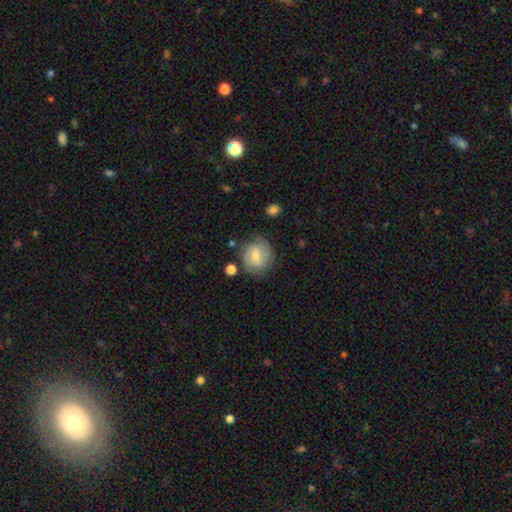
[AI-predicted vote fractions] Smooth or featured: featured or disk — 52% (smooth — 40%)
Edge-on disk: no — 97% (yes — 3%)
Bar: weak — 52% (no — 32%)
Spiral arms: yes — 81% (no — 19%)
Bulge size: moderate — 48% (small — 46%)
Merging: none — 76% (minor disturbance — 16%)